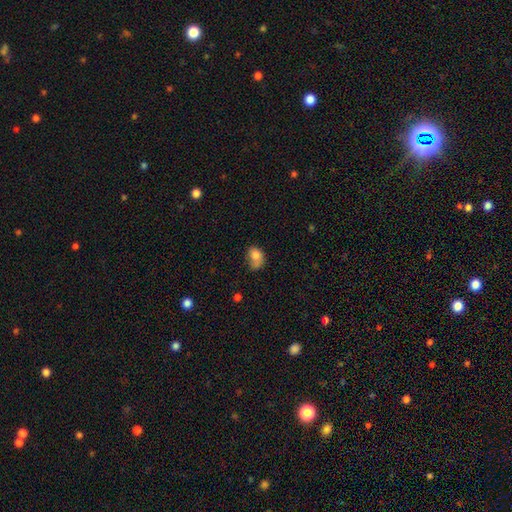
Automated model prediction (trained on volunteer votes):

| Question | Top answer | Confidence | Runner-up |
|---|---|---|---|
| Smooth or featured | smooth | 79% | featured or disk (12%) |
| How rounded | in between | 72% | round (27%) |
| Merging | minor disturbance | 36% | none (35%) |